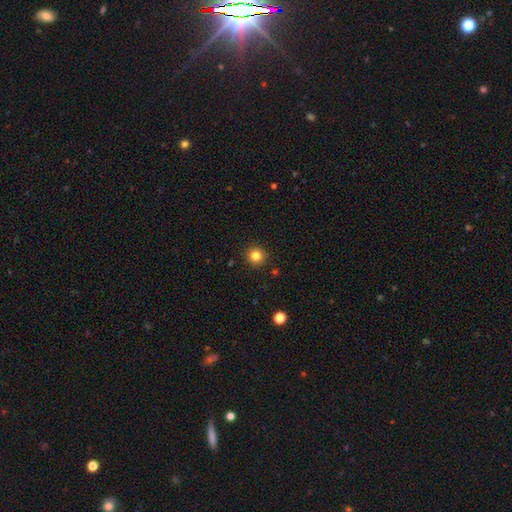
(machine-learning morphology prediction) This is clearly a smooth galaxy (82%). How rounded: clearly round (95%). Merging: clearly none (92%).